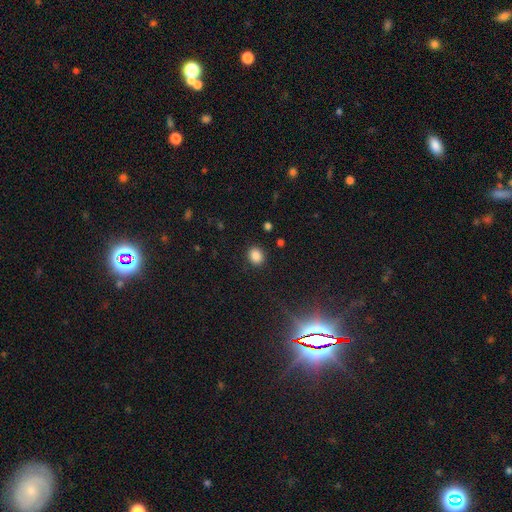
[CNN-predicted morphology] The model was most divided on "how rounded": round: 64%, in between: 35%, cigar-shaped: 1%. More confident: merging — none (88%); smooth or featured — smooth (86%).